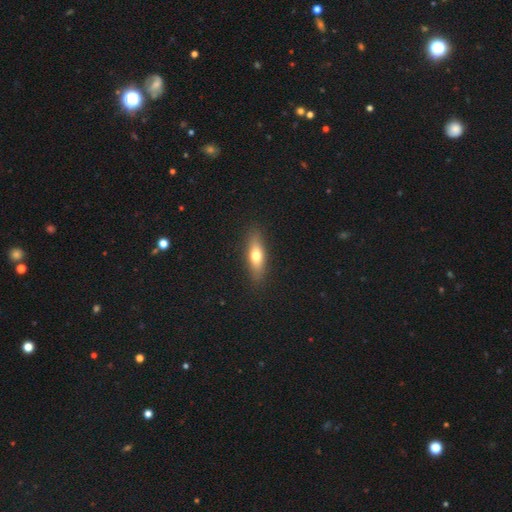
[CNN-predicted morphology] smooth-or-featured: smooth: 64% | featured or disk: 29% | star or artifact: 7%
  how-rounded: in between: 48% (tied) | cigar-shaped: 48% (tied) | round: 4%
  merging: none: 87% | minor disturbance: 9% | major disturbance: 2% | merger: 1%